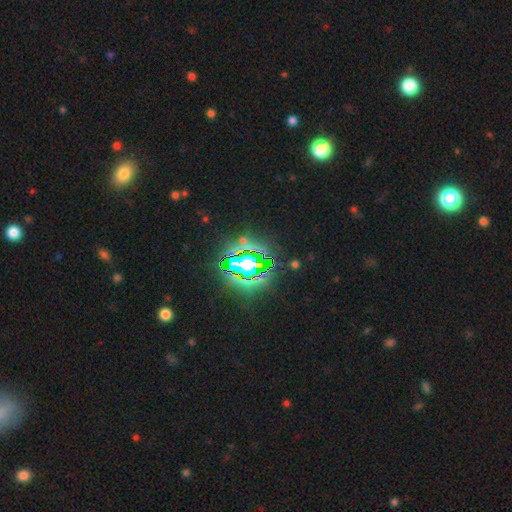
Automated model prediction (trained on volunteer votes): star or artifact 83%, smooth 10%, featured or disk 7%.